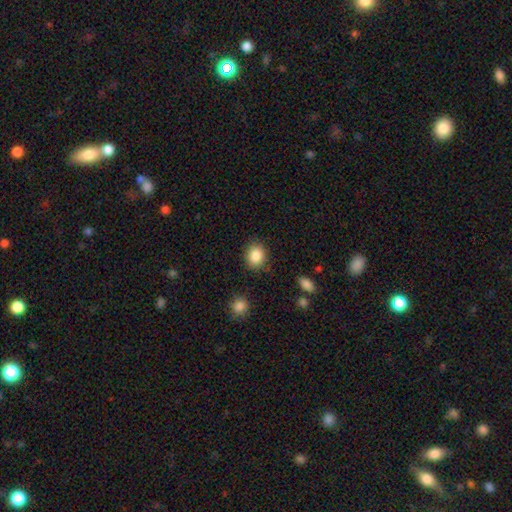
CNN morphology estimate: Smooth or featured: smooth — 87% (star or artifact — 9%)
How rounded: round — 61% (in between — 38%)
Merging: none — 85% (minor disturbance — 10%)